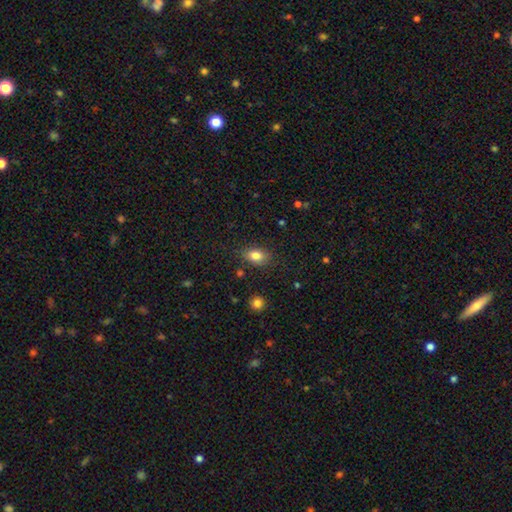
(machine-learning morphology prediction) type=smooth (82%); roundness=in between (81%); merging=none (80%).